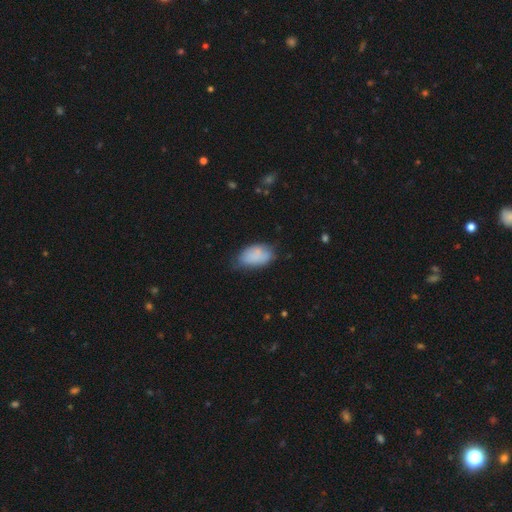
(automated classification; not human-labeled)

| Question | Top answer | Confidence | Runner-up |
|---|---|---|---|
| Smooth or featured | smooth | 83% | featured or disk (10%) |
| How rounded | in between | 93% | round (5%) |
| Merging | none | 54% | minor disturbance (34%) |